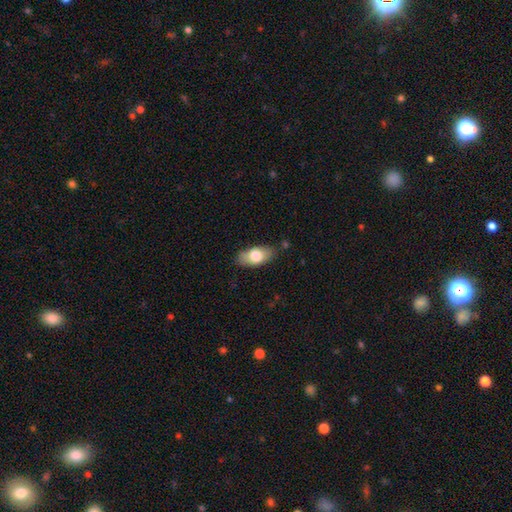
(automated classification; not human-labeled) Smooth or featured? Predicted: smooth (p=0.74). How rounded? Predicted: in between (p=0.91). Merging? Predicted: none (p=0.81).